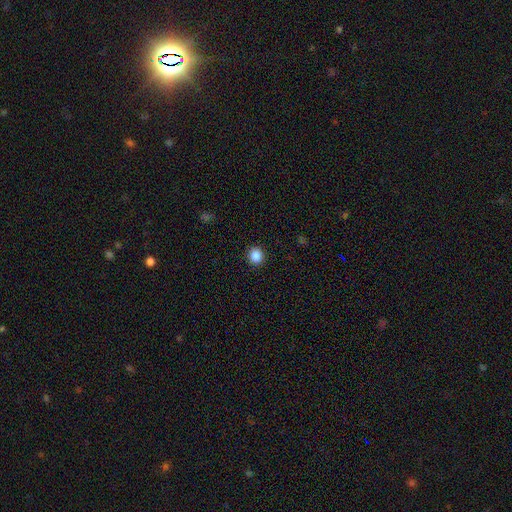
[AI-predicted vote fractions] Smooth or featured: smooth — 86% (star or artifact — 10%)
How rounded: round — 90% (in between — 10%)
Merging: none — 93% (minor disturbance — 5%)